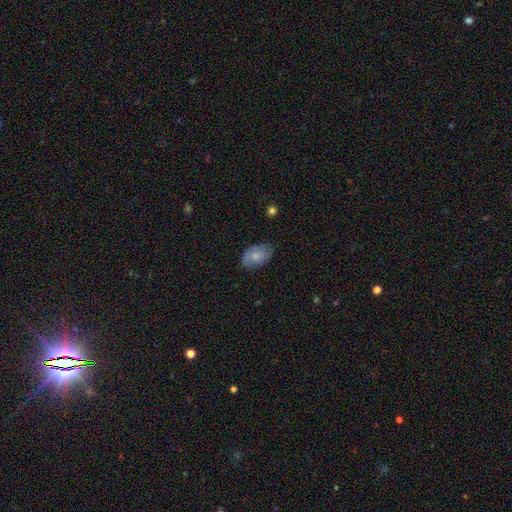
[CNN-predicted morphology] smooth_or_featured: smooth (p=0.70) [alt: featured or disk p=0.23]
how_rounded: in between (p=0.90) [alt: round p=0.09]
merging: none (p=0.72) [alt: minor disturbance p=0.22]